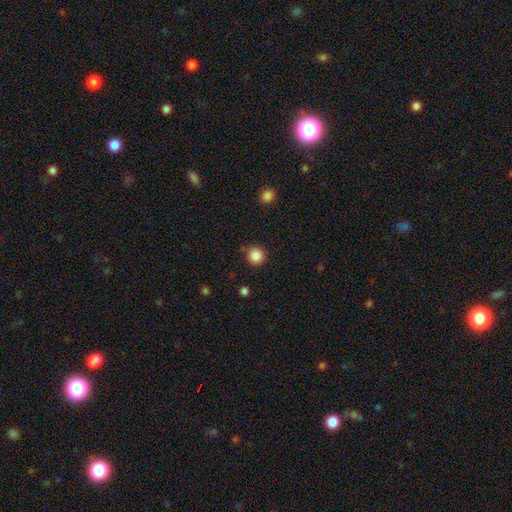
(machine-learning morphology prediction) Q: Smooth or featured?
A: smooth (86%); runner-up: star or artifact (10%)
Q: How rounded?
A: round (95%); runner-up: in between (4%)
Q: Merging?
A: none (87%); runner-up: minor disturbance (8%)